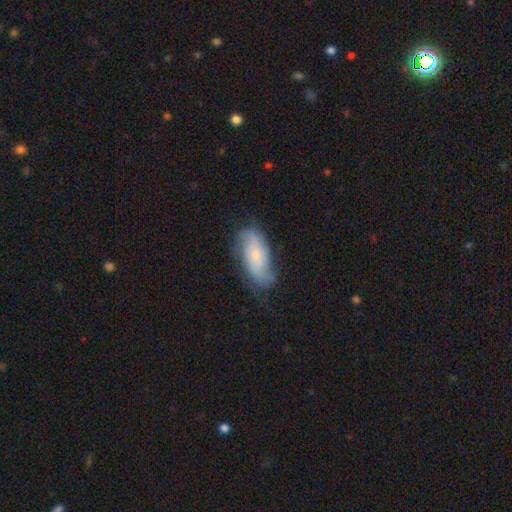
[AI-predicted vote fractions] Q: Smooth or featured?
A: featured or disk (56%); runner-up: smooth (36%)
Q: Edge-on disk?
A: no (92%); runner-up: yes (8%)
Q: Bar?
A: no (70%); runner-up: weak (24%)
Q: Spiral arms?
A: yes (87%); runner-up: no (13%)
Q: Bulge size?
A: small (65%); runner-up: moderate (24%)
Q: Merging?
A: none (62%); runner-up: minor disturbance (27%)